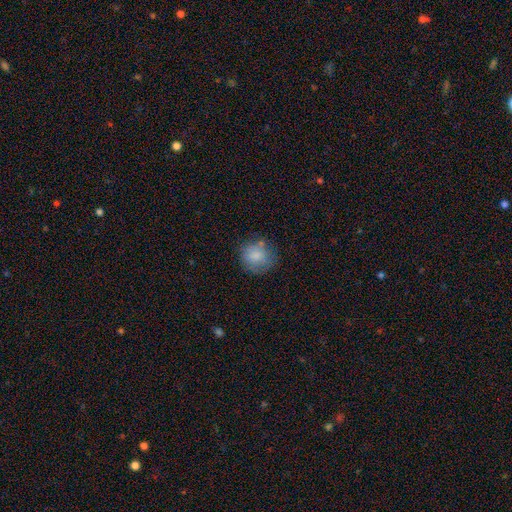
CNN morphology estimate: This is clearly a smooth galaxy (81%). How rounded: clearly round (86%). Merging: likely none (70%).